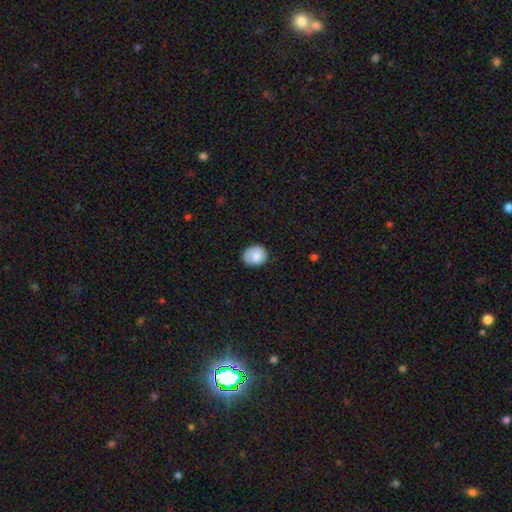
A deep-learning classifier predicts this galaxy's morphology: A smooth galaxy with no disk features (81%) that is round (63%).

Vote fractions:
- Smooth or featured? smooth: 81% / featured or disk: 11% / star or artifact: 8%
- How rounded? round: 63% / in between: 36% / cigar-shaped: 1%
- Merging? none: 70% / minor disturbance: 23% / major disturbance: 5% / merger: 2%